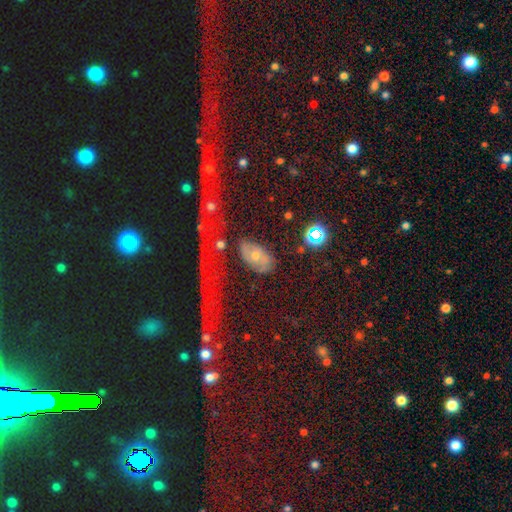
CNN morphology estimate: A smooth galaxy with no disk features (46%). Merging: none (64%).